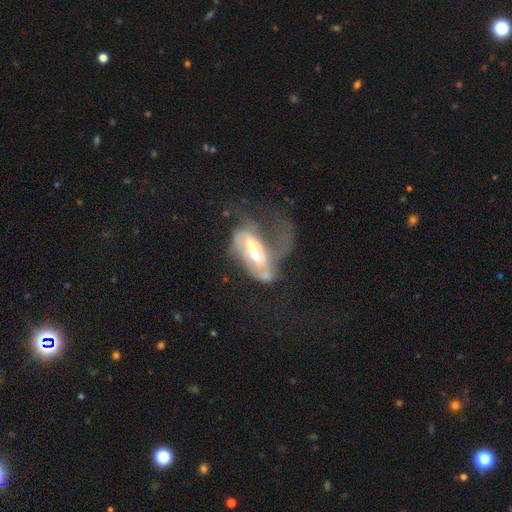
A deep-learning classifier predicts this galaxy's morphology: Smooth or featured?
  - featured or disk: 67% *
  - smooth: 25%
  - star or artifact: 8%
Edge-on disk?
  - no: 89% *
  - yes: 11%
Bar?
  - weak: 35% *
  - no: 33%
  - strong: 32%
Spiral arms?
  - yes: 57% *
  - no: 43%
Bulge size?
  - moderate: 54% *
  - small: 32%
  - large: 9%
  - none: 3%
  - dominant: 2%
Merging?
  - major disturbance: 52% *
  - merger: 19%
  - none: 16%
  - minor disturbance: 13%